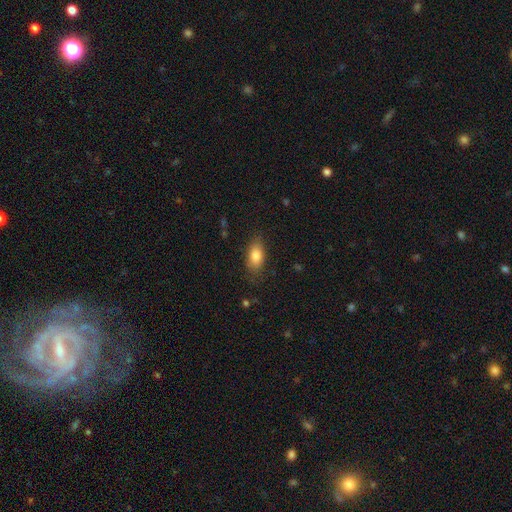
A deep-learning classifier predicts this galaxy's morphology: A smooth galaxy with no disk features (83%) that is in between round and cigar-shaped (88%).

Vote fractions:
- Smooth or featured? smooth: 83% / featured or disk: 10% / star or artifact: 8%
- How rounded? in between: 88% / cigar-shaped: 7% / round: 5%
- Merging? none: 78% / minor disturbance: 16% / major disturbance: 4% / merger: 1%